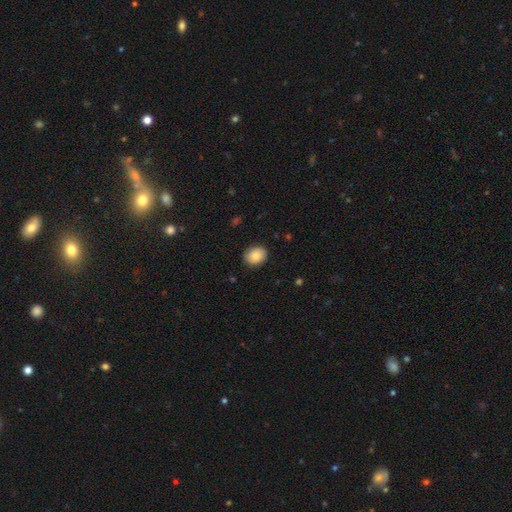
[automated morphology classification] Smooth or featured? smooth (84%)
How rounded? in between (52%)
Merging? none (86%)